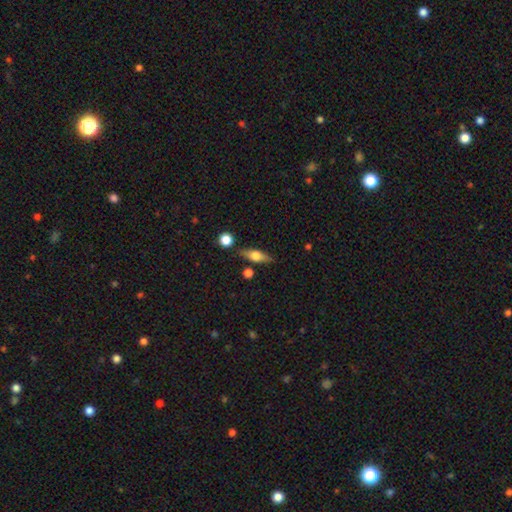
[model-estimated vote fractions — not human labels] The model was most divided on "smooth or featured": smooth: 52%, featured or disk: 40%, star or artifact: 7%. More confident: merging — none (79%); how rounded — in between (56%).